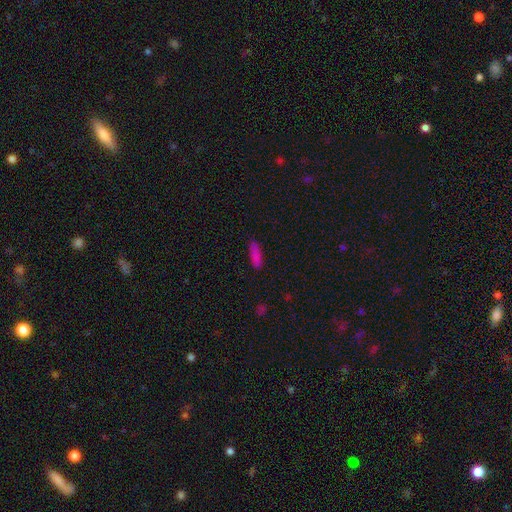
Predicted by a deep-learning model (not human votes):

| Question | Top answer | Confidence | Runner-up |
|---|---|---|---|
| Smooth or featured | smooth | 85% | star or artifact (10%) |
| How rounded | cigar-shaped | 53% | in between (45%) |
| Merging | none | 86% | minor disturbance (11%) |